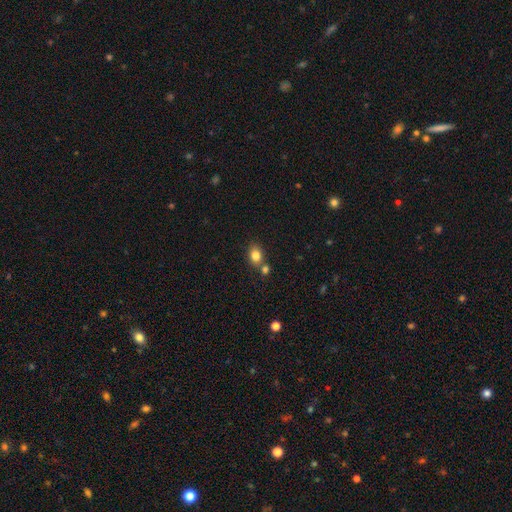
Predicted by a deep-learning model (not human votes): Smooth or featured?
  - smooth: 82% *
  - star or artifact: 10%
  - featured or disk: 7%
How rounded?
  - in between: 61% *
  - round: 38%
  - cigar-shaped: 1%
Merging?
  - none: 60% *
  - merger: 25%
  - minor disturbance: 12%
  - major disturbance: 3%